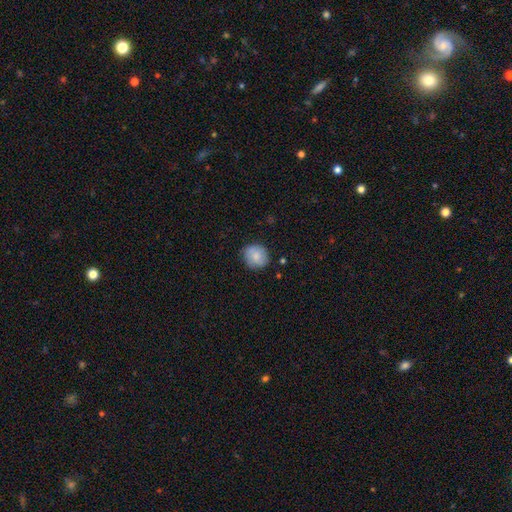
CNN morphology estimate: The model was most divided on "how rounded": round: 78%, in between: 21%, cigar-shaped: 1%. More confident: merging — none (81%); smooth or featured — smooth (79%).